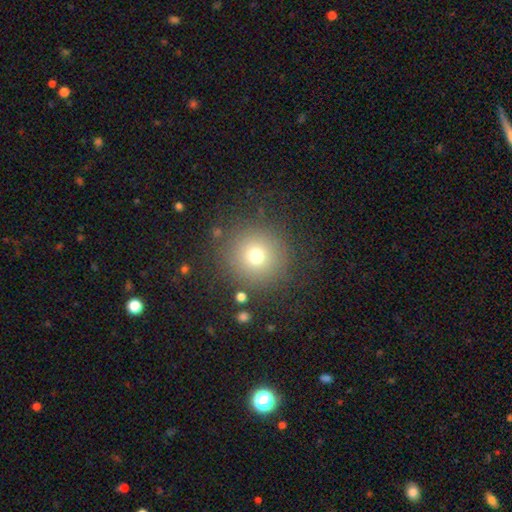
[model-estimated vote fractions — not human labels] This is likely a smooth galaxy (71%). How rounded: clearly round (95%). Merging: clearly none (85%).